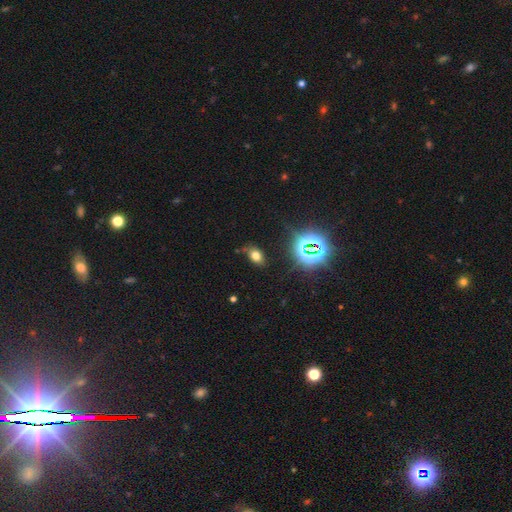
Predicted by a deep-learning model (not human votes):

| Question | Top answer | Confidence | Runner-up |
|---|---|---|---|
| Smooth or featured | smooth | 63% | star or artifact (26%) |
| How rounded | in between | 79% | round (19%) |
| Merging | none | 71% | minor disturbance (19%) |